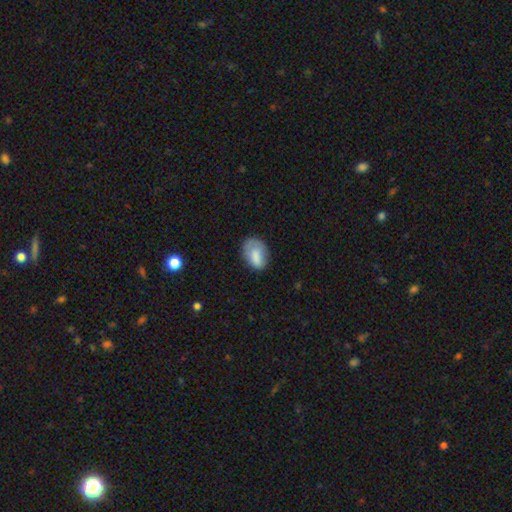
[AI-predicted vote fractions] smooth_or_featured: smooth (p=0.78) [alt: featured or disk p=0.14]
how_rounded: in between (p=0.84) [alt: round p=0.15]
merging: none (p=0.57) [alt: minor disturbance p=0.29]